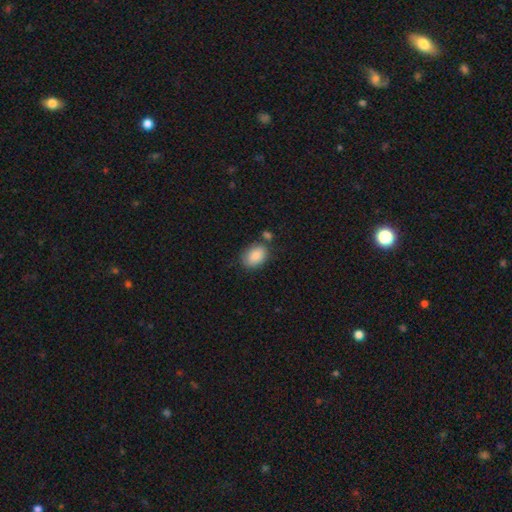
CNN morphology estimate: Smooth or featured? Predicted: smooth (p=0.88). How rounded? Predicted: in between (p=0.84). Merging? Predicted: none (p=0.71).